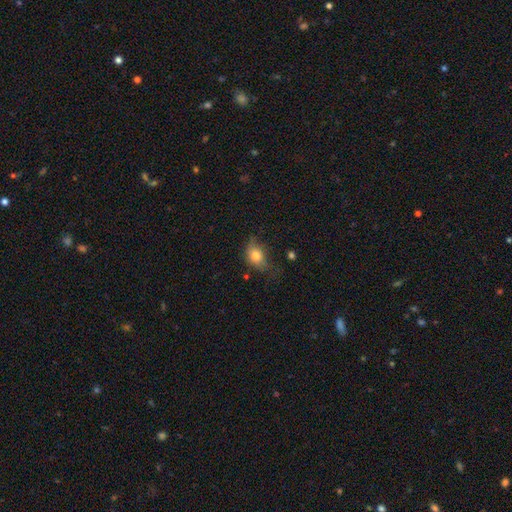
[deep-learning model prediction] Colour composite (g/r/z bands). It shows a smooth galaxy with no disk features (76%) that is in between round and cigar-shaped (64%). Merging: none (45%).